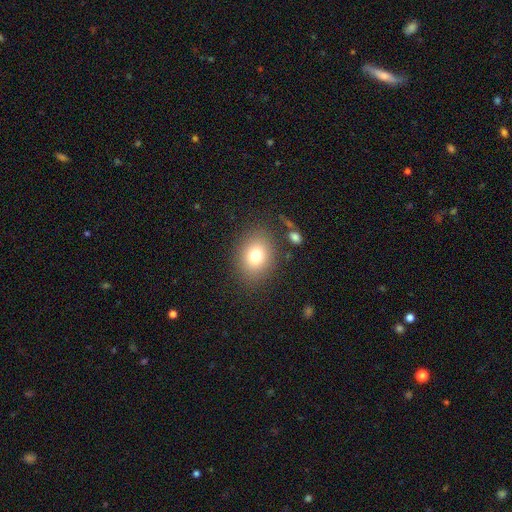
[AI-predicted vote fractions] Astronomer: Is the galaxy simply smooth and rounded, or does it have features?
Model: smooth — 76%.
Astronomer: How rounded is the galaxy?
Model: round — 52% (runner-up: in between, 47%).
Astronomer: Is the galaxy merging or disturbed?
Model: none — 84%.